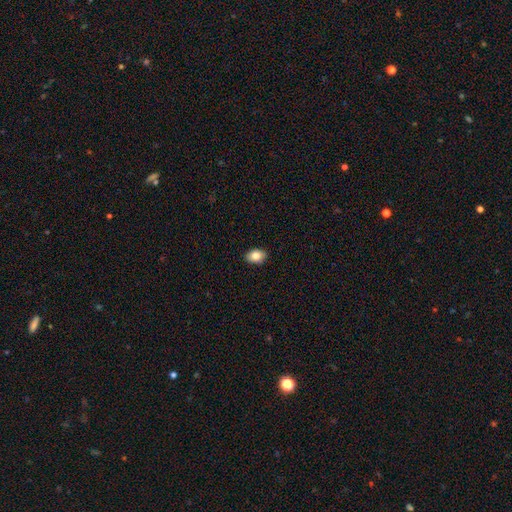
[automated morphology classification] smooth-or-featured: smooth: 85% | star or artifact: 8% | featured or disk: 7%
  how-rounded: in between: 84% | round: 14% | cigar-shaped: 1%
  merging: none: 90% | minor disturbance: 8% | major disturbance: 2% | merger: 1%